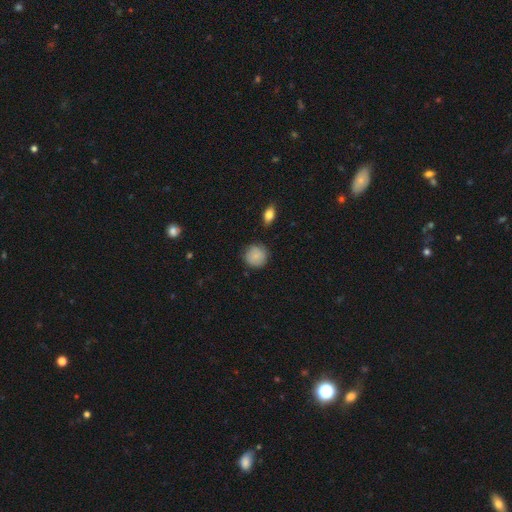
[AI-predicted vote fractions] A smooth galaxy with no disk features (83%) that is round (90%).

Vote fractions:
- Smooth or featured? smooth: 83% / featured or disk: 9% / star or artifact: 8%
- How rounded? round: 90% / in between: 9% / cigar-shaped: 1%
- Merging? none: 79% / minor disturbance: 16% / major disturbance: 3% / merger: 2%